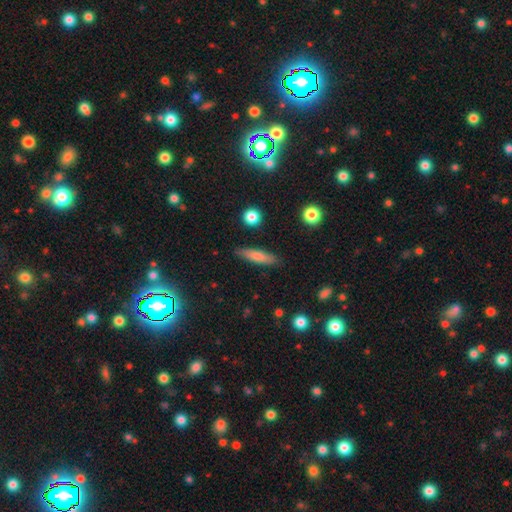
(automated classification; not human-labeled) The model was most divided on "smooth or featured": smooth: 75%, featured or disk: 18%, star or artifact: 7%. More confident: merging — none (87%); how rounded — cigar-shaped (78%).